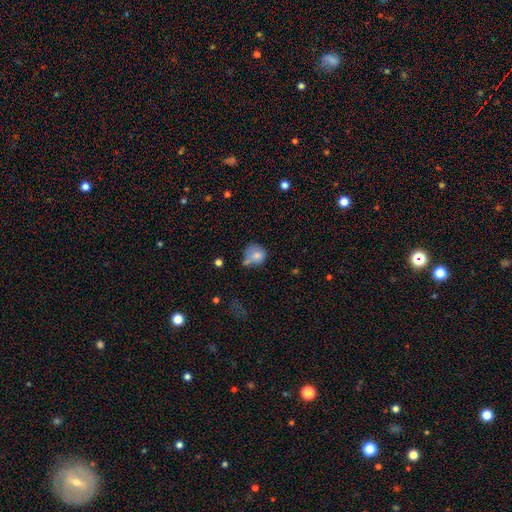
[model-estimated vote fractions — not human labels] Smooth or featured? Predicted: smooth (p=0.74). How rounded? Predicted: round (p=0.77). Merging? Predicted: none (p=0.40).